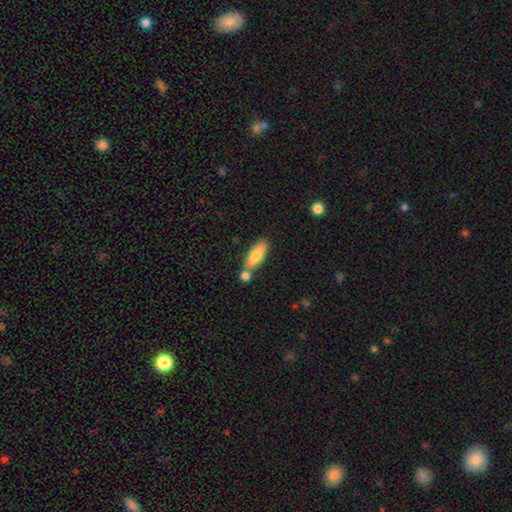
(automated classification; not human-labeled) smooth-or-featured: smooth: 76% | featured or disk: 18% | star or artifact: 6%
  how-rounded: in between: 59% | cigar-shaped: 38% | round: 3%
  merging: none: 61% | merger: 23% | minor disturbance: 13% | major disturbance: 3%